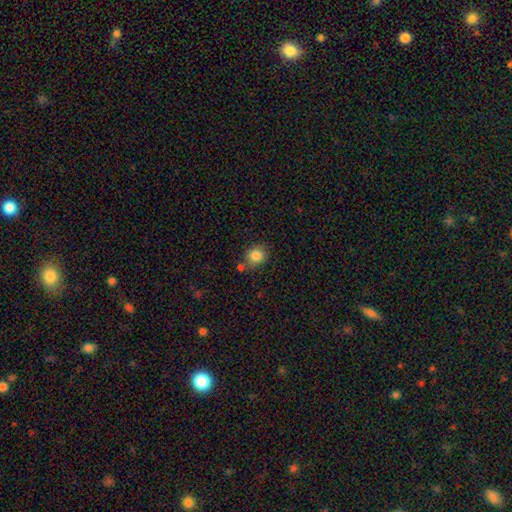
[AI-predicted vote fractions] A smooth galaxy with no disk features (84%) that is round (74%).

Vote fractions:
- Smooth or featured? smooth: 84% / star or artifact: 9% / featured or disk: 6%
- How rounded? round: 74% / in between: 25% / cigar-shaped: 1%
- Merging? none: 66% / minor disturbance: 15% / merger: 14% / major disturbance: 4%